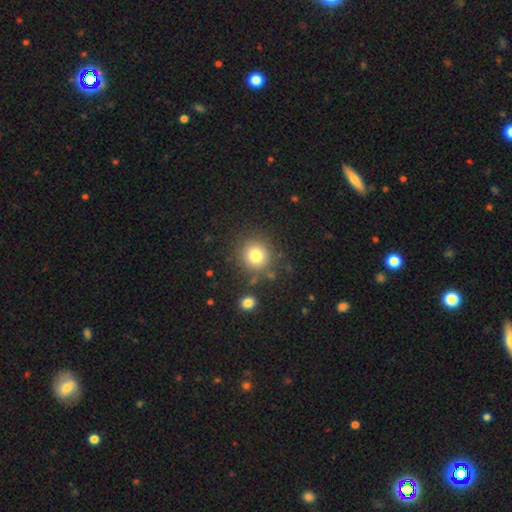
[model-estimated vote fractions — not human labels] Smooth or featured? Predicted: smooth (p=0.77). How rounded? Predicted: round (p=0.92). Merging? Predicted: none (p=0.82).